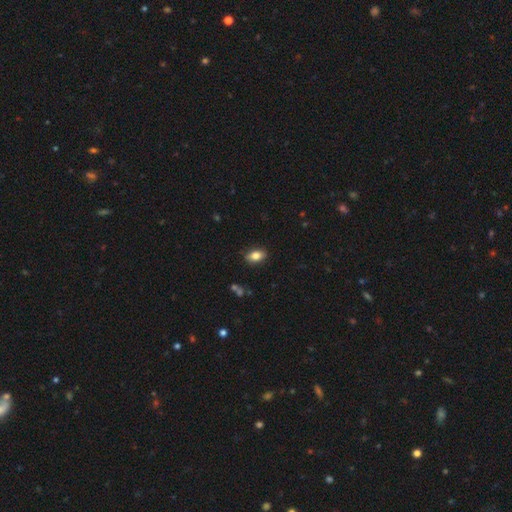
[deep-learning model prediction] Smooth or featured: smooth — 82% (featured or disk — 10%)
How rounded: in between — 87% (round — 10%)
Merging: none — 86% (minor disturbance — 10%)